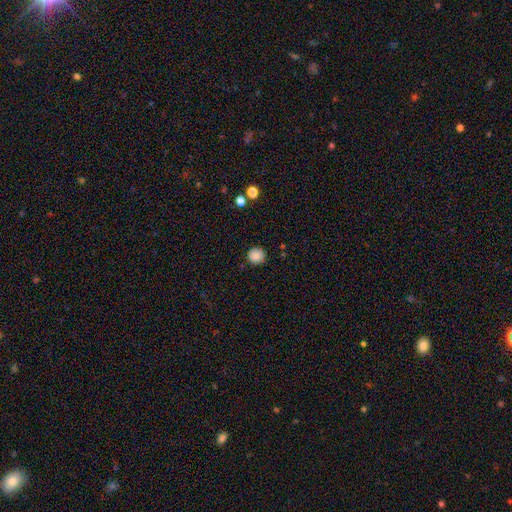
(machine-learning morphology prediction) This is clearly a smooth galaxy (87%). How rounded: clearly round (91%). Merging: clearly none (89%).